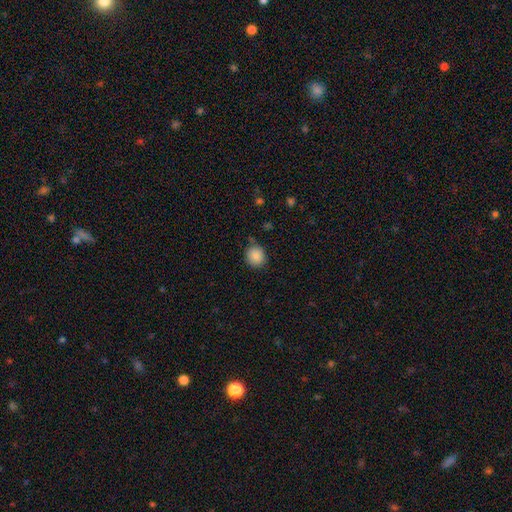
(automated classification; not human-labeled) A smooth galaxy with no disk features (88%) that is round (82%). Merging: none (82%).